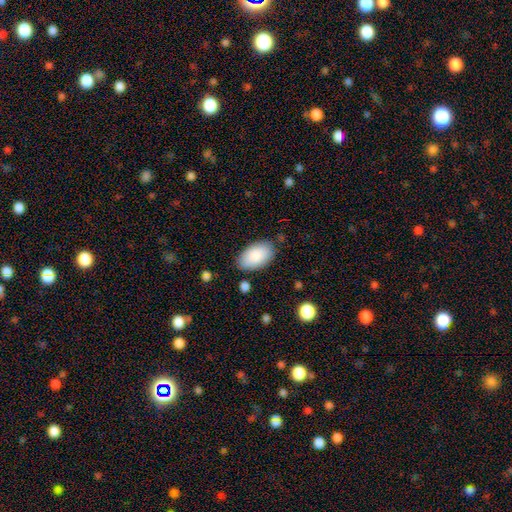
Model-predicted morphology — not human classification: Smooth or featured?
  - smooth: 86% *
  - featured or disk: 8%
  - star or artifact: 6%
How rounded?
  - in between: 95% *
  - round: 4%
  - cigar-shaped: 1%
Merging?
  - none: 81% *
  - minor disturbance: 14%
  - major disturbance: 3%
  - merger: 2%